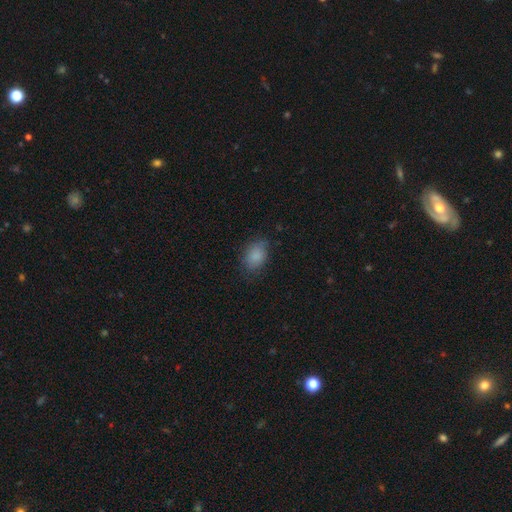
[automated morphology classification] A smooth galaxy with no disk features (85%) that is in between round and cigar-shaped (77%). Merging: none (74%).